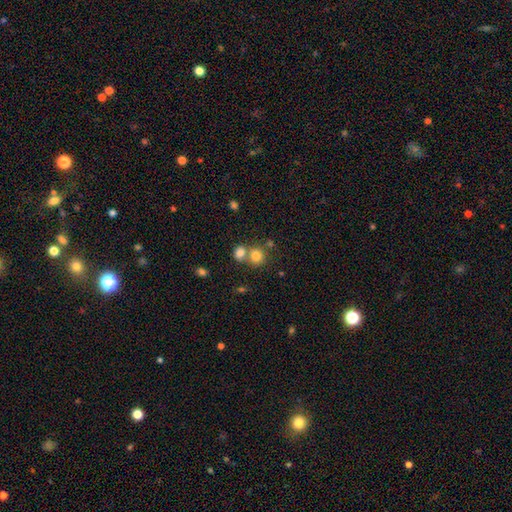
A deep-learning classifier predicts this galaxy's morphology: Q: Smooth or featured?
A: smooth (79%); runner-up: star or artifact (12%)
Q: How rounded?
A: round (84%); runner-up: in between (15%)
Q: Merging?
A: none (49%); runner-up: merger (41%)